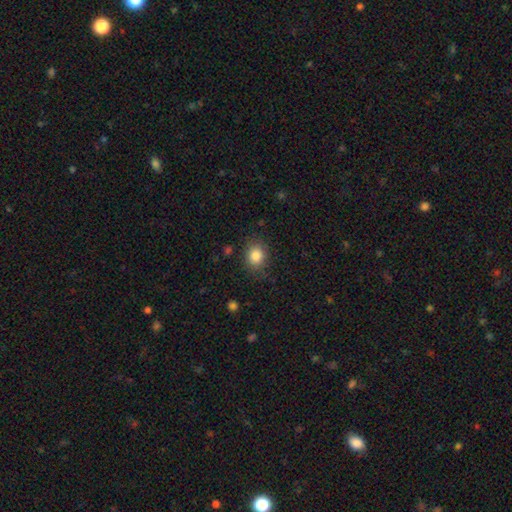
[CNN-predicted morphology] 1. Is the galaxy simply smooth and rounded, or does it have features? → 84% smooth, 10% star or artifact, 6% featured or disk.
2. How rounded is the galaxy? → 62% round, 37% in between, 1% cigar-shaped.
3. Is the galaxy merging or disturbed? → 82% none, 13% minor disturbance, 4% major disturbance, 1% merger.